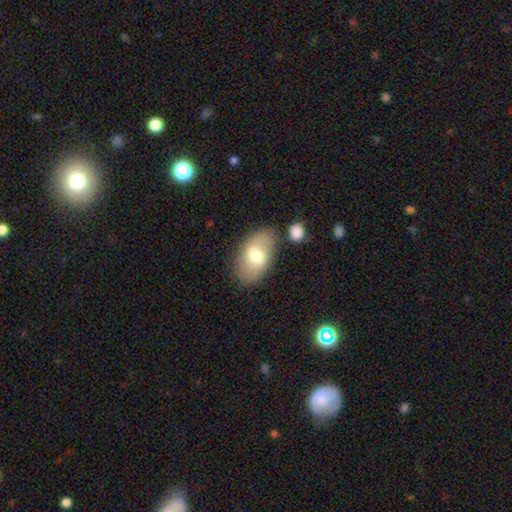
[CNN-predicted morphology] Q: Smooth or featured?
A: smooth (65%); runner-up: featured or disk (28%)
Q: How rounded?
A: in between (92%); runner-up: round (6%)
Q: Merging?
A: none (75%); runner-up: minor disturbance (13%)